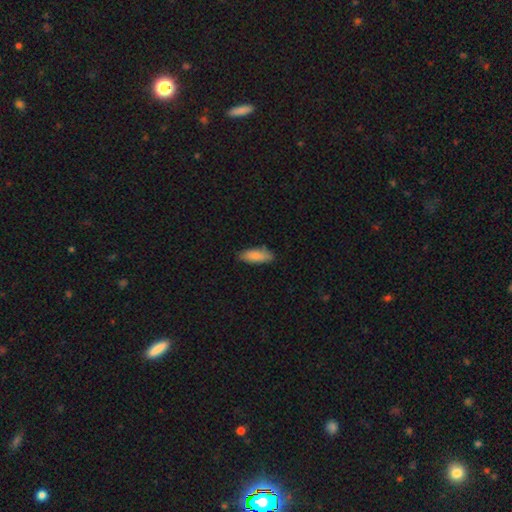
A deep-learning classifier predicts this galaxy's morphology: Smooth or featured? smooth (85%)
How rounded? in between (69%)
Merging? none (79%)